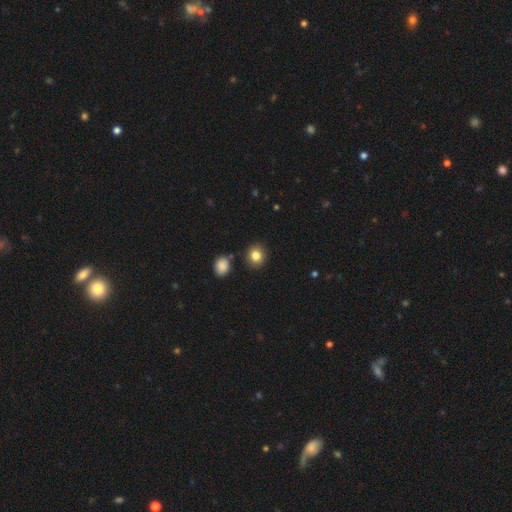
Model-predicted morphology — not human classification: A smooth galaxy with no disk features (84%) that is round (79%). Merging: none (87%).